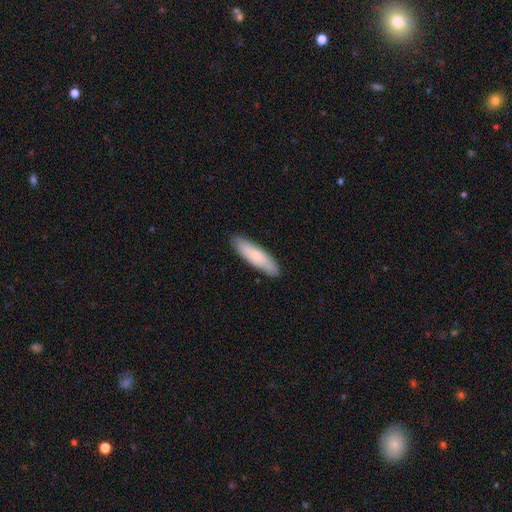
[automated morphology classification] This appears to be a smooth galaxy with no disk features (74%) that is cigar-shaped (69%). Merging: none (88%).